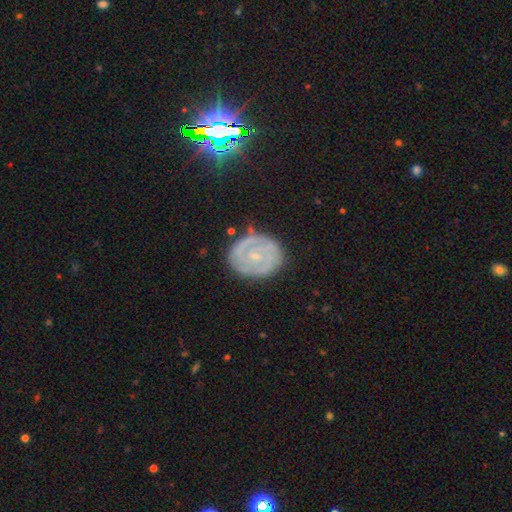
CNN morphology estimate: Smooth or featured: featured or disk — 63% (smooth — 26%)
Edge-on disk: no — 96% (yes — 4%)
Bar: no — 73% (weak — 21%)
Spiral arms: yes — 65% (no — 35%)
Bulge size: small — 77% (moderate — 17%)
Merging: none — 79% (minor disturbance — 15%)